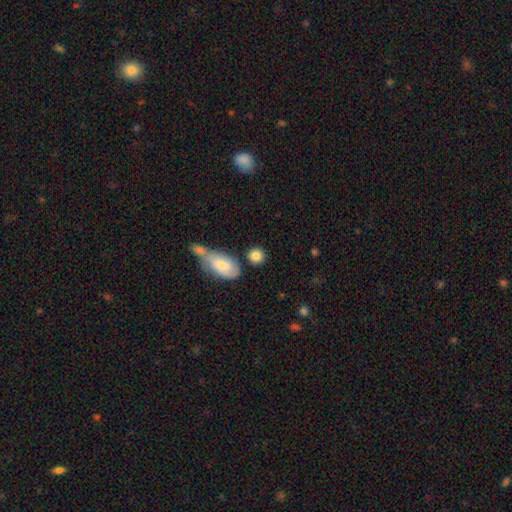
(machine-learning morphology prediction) Q: Smooth or featured?
A: smooth (82%); runner-up: featured or disk (11%)
Q: How rounded?
A: round (79%); runner-up: in between (18%)
Q: Merging?
A: none (72%); runner-up: merger (14%)